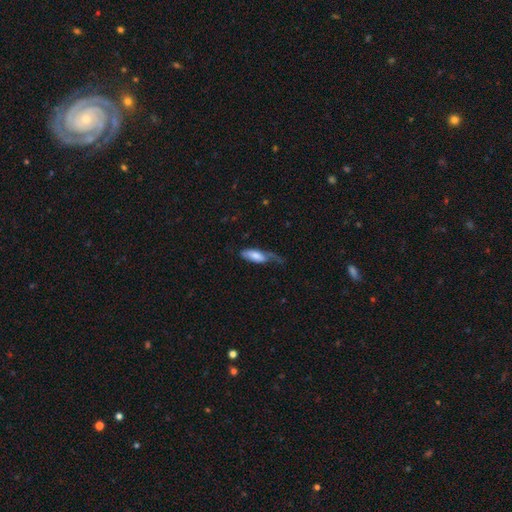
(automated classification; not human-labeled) smooth 66%, featured or disk 28%, star or artifact 6%. Down the decision tree: how rounded — in between (73%); merging — major disturbance (42%).